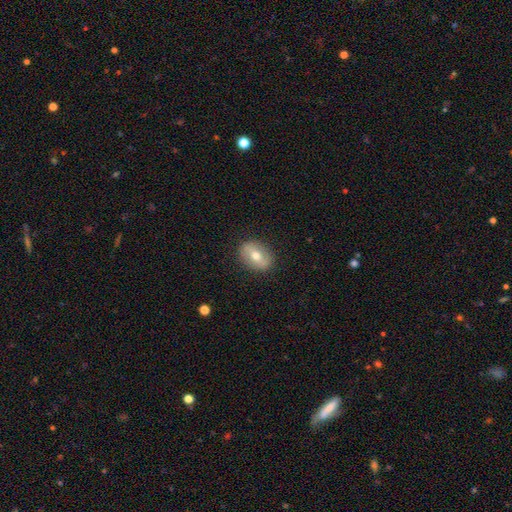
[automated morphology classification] smooth 49%, featured or disk 43%, star or artifact 7%. Down the decision tree: merging — none (86%).